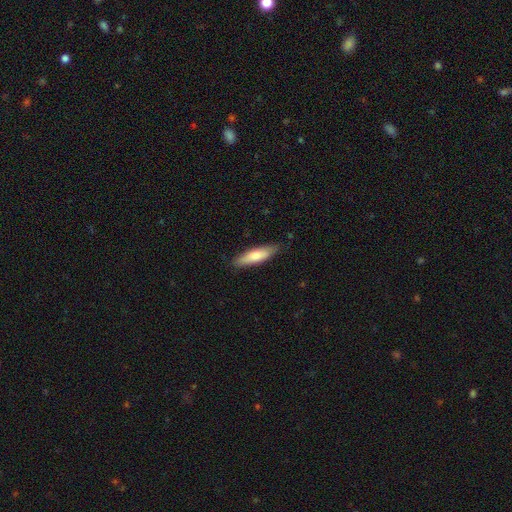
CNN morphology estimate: Overall: smooth (73%). How rounded: cigar-shaped (67%; in between 31%). Merging: none (84%).